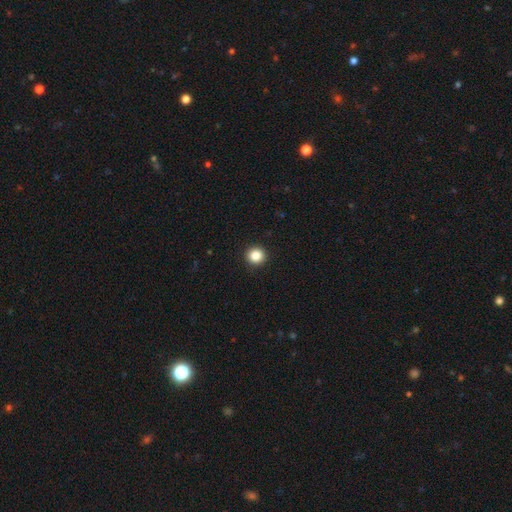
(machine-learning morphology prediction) A smooth galaxy with no disk features (85%) that is round (93%). Merging: none (93%).